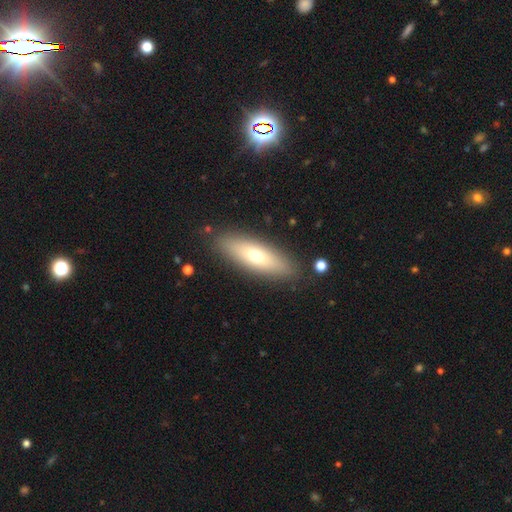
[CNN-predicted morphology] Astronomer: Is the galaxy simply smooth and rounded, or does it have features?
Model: smooth — 61%.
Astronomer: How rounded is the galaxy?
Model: in between — 49%, tied with cigar-shaped at 49%.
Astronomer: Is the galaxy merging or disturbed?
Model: none — 87%.